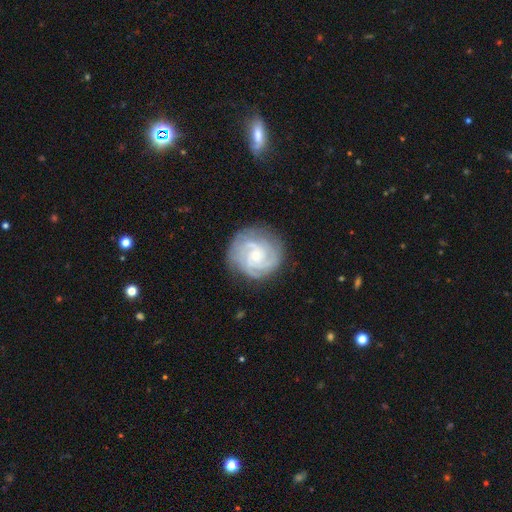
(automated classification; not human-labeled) Smooth or featured? Predicted: featured or disk (p=0.84). Edge-on disk? Predicted: no (p=0.98). Bar? Predicted: no (p=0.70). Spiral arms? Predicted: yes (p=0.97). Spiral winding? Predicted: tight (p=0.70). Spiral arm count? Predicted: 3 (p=0.36). Bulge size? Predicted: small (p=0.70). Merging? Predicted: none (p=0.79).